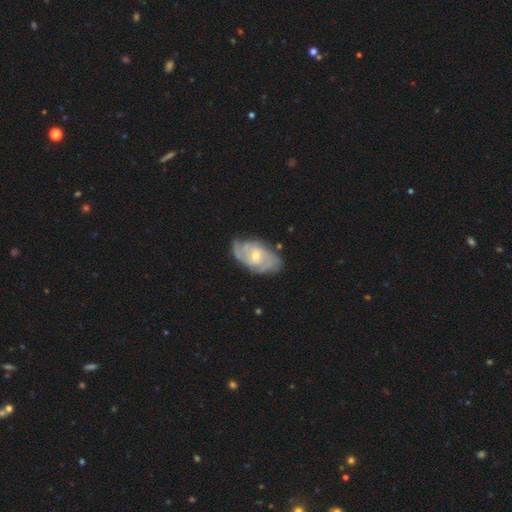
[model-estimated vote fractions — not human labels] The model was most divided on "spiral arm count": 3: 29%, can't tell: 24%, 2: 22%, 4: 13%, more than 4: 6%, 1: 5%. More confident: spiral arms — yes (96%); edge-on disk — no (96%); smooth or featured — featured or disk (86%); merging — none (75%); spiral winding — tight (65%); bar — no (63%); bulge size — moderate (52%).